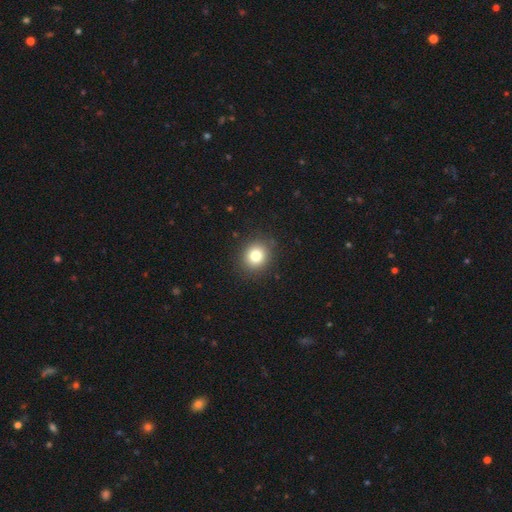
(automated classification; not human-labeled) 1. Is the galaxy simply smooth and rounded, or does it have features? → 80% smooth, 12% star or artifact, 8% featured or disk.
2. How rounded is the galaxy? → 79% round, 20% in between, 1% cigar-shaped.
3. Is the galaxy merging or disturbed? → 89% none, 7% minor disturbance, 2% major disturbance, 1% merger.